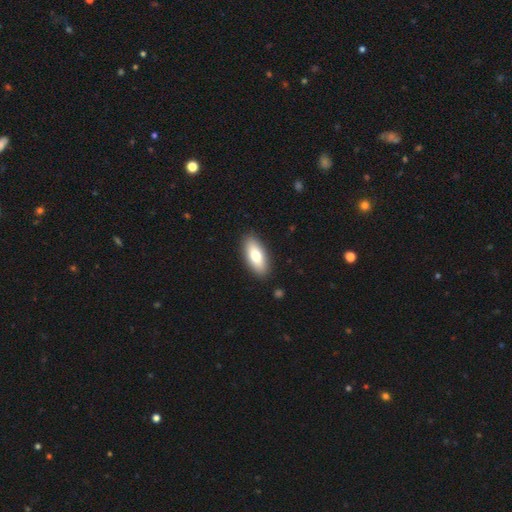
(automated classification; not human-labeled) Smooth or featured? smooth (75%)
How rounded? in between (83%)
Merging? none (89%)